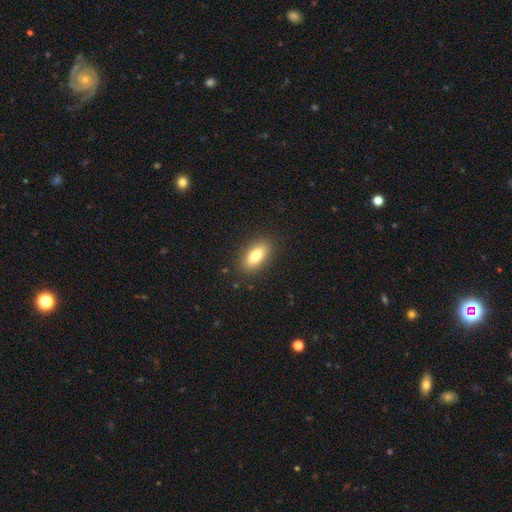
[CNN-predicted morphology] type=smooth (80%); roundness=in between (87%); merging=none (87%).